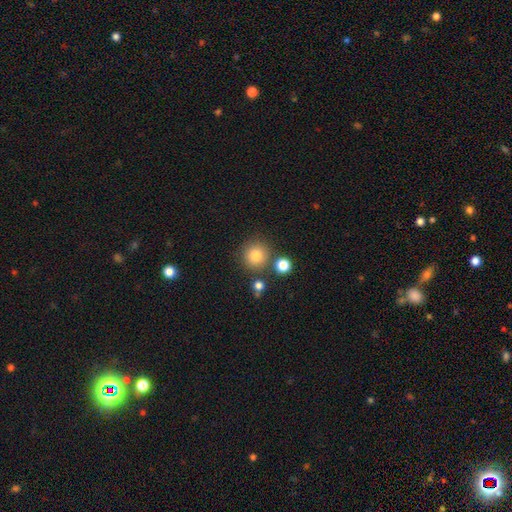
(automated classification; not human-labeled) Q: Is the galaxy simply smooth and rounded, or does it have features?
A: smooth — 80%.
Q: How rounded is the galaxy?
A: round — 93%.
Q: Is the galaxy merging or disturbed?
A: none — 80%.